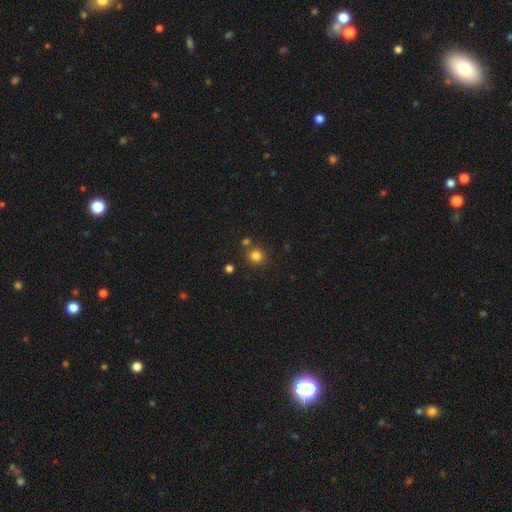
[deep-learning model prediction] Overall: smooth (81%). How rounded: round (92%). Merging: none (79%).